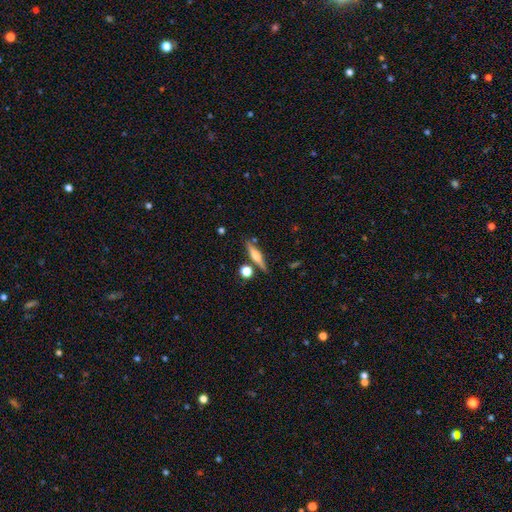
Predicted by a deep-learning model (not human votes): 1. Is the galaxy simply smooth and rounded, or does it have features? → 53% featured or disk, 39% smooth, 8% star or artifact.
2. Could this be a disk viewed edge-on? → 95% yes, 5% no.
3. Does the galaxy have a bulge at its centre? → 80% rounded, 12% boxy, 8% none.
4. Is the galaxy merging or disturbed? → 79% none, 10% minor disturbance, 8% merger, 3% major disturbance.